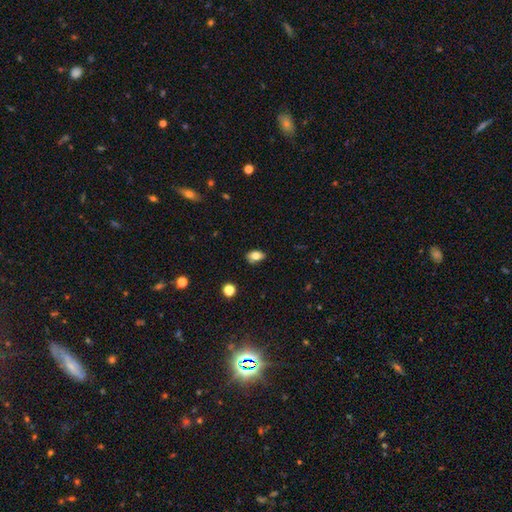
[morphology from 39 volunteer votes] smooth_or_featured: smooth (p=0.90) [alt: featured or disk p=0.08]
how_rounded: in between (p=0.97) [alt: round p=0.03]
merging: none (p=0.68) [alt: minor disturbance p=0.26]